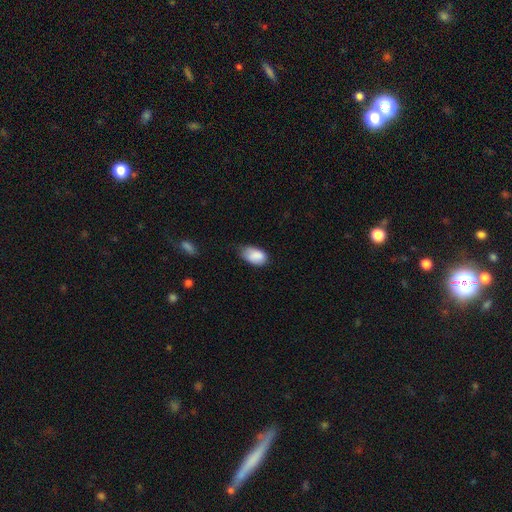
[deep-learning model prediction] This is clearly a smooth galaxy (87%). How rounded: clearly in between (93%). Merging: possibly none (53%).